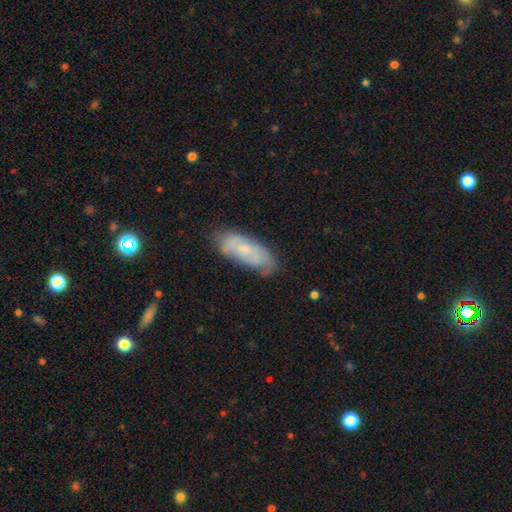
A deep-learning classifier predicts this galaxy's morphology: A smooth galaxy with no disk features (57%) that is in between round and cigar-shaped (79%). Merging: none (59%).